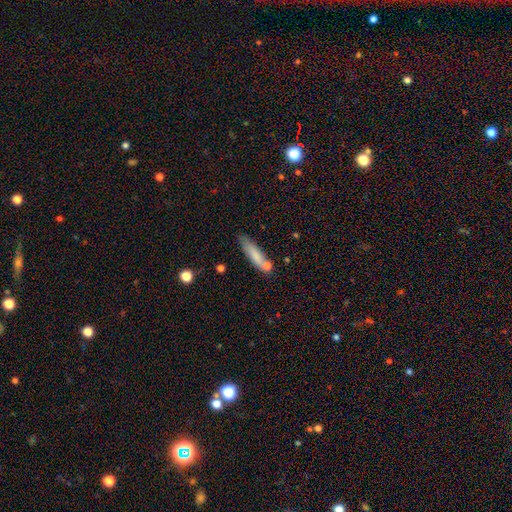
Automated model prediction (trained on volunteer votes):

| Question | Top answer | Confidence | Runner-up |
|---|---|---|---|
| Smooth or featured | smooth | 77% | featured or disk (15%) |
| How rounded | cigar-shaped | 76% | in between (22%) |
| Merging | none | 65% | minor disturbance (18%) |